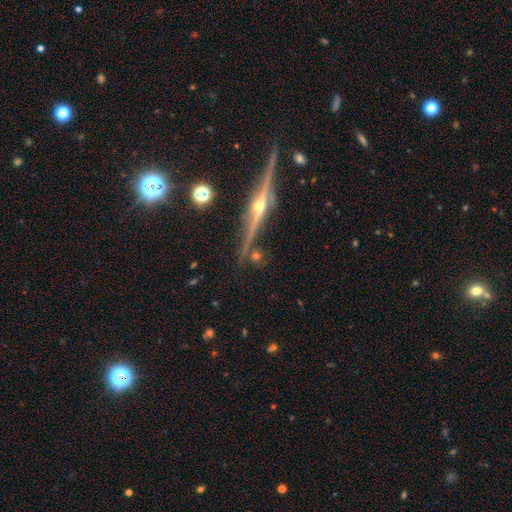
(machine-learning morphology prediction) Smooth or featured?
  - featured or disk: 88% *
  - star or artifact: 7%
  - smooth: 5%
Edge-on disk?
  - yes: 98% *
  - no: 2%
Edge-on bulge?
  - rounded: 94% *
  - none: 3%
  - boxy: 3%
Merging?
  - none: 87% *
  - minor disturbance: 8%
  - merger: 3%
  - major disturbance: 2%